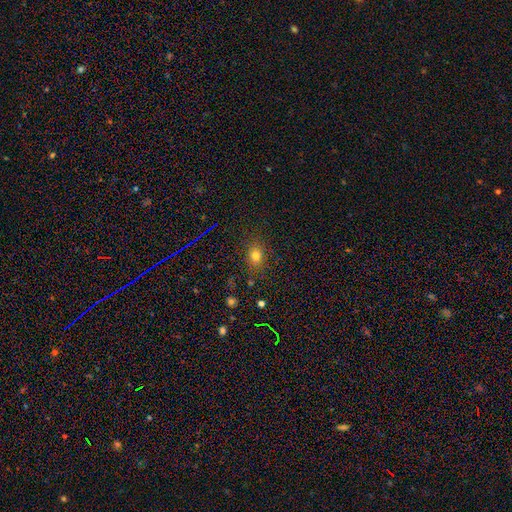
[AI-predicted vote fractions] Morphology: type=smooth (71%); roundness=round (52%); merging=none (81%).